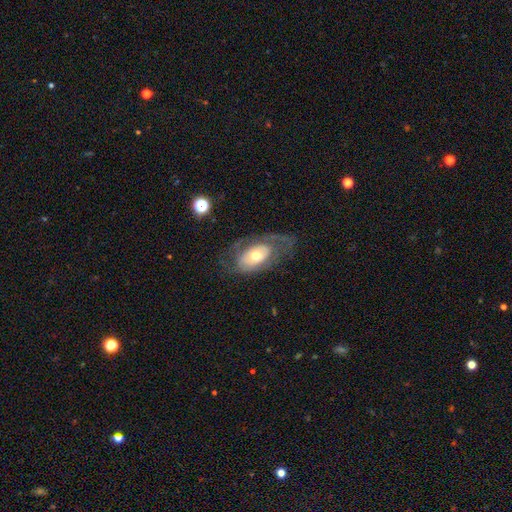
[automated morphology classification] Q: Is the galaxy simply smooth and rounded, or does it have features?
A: featured or disk — 58%.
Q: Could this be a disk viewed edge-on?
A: no — 91%.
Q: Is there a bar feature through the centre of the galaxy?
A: no — 81%.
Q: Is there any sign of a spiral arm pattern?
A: no — 55%.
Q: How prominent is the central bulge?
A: moderate — 67%.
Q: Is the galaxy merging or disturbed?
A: none — 54%.